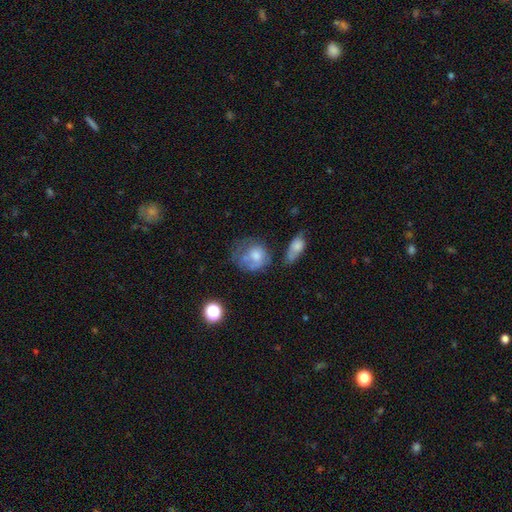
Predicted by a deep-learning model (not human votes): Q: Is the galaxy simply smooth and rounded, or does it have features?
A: smooth — 56%.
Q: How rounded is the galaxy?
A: round — 62%.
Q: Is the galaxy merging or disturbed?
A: none — 35%.